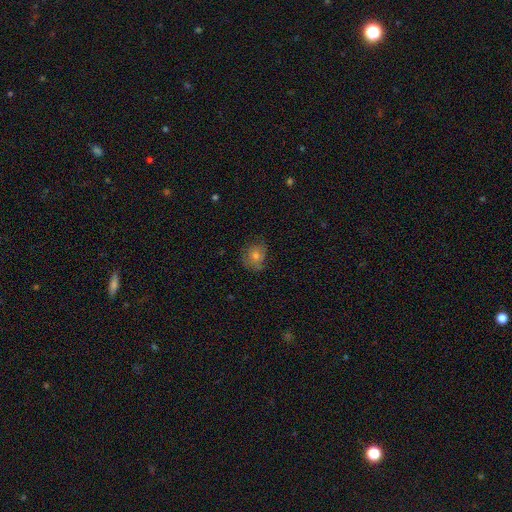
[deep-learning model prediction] Smooth or featured? Predicted: smooth (p=0.50). Merging? Predicted: none (p=0.68).